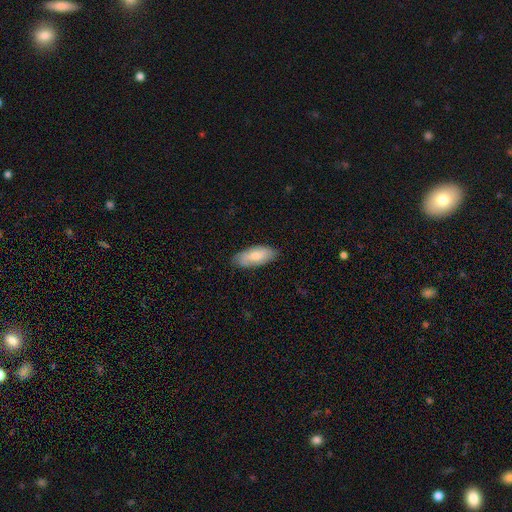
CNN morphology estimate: smooth 64%, featured or disk 31%, star or artifact 6%. Down the decision tree: how rounded — in between (87%); merging — none (78%).